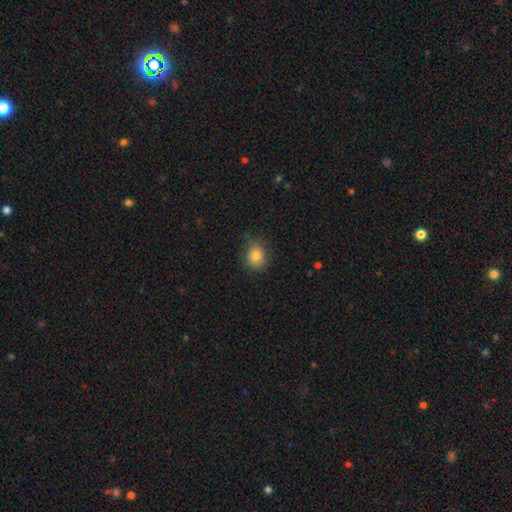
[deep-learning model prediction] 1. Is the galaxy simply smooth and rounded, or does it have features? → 81% smooth, 10% star or artifact, 9% featured or disk.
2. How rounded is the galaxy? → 67% round, 32% in between, 1% cigar-shaped.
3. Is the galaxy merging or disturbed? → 74% none, 20% minor disturbance, 5% major disturbance, 1% merger.